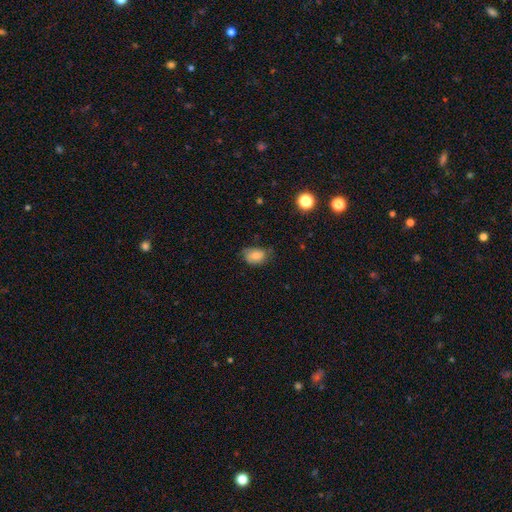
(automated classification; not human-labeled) The model was most divided on "merging": none: 55%, minor disturbance: 34%, major disturbance: 9%, merger: 2%. More confident: smooth or featured — smooth (76%); how rounded — in between (75%).